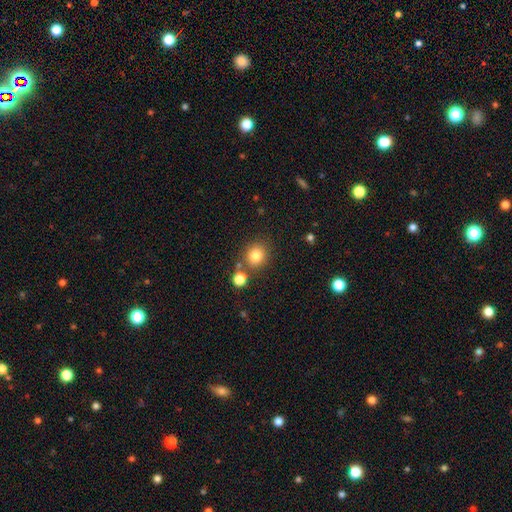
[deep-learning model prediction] Smooth or featured? Predicted: smooth (p=0.82). How rounded? Predicted: round (p=0.85). Merging? Predicted: none (p=0.76).